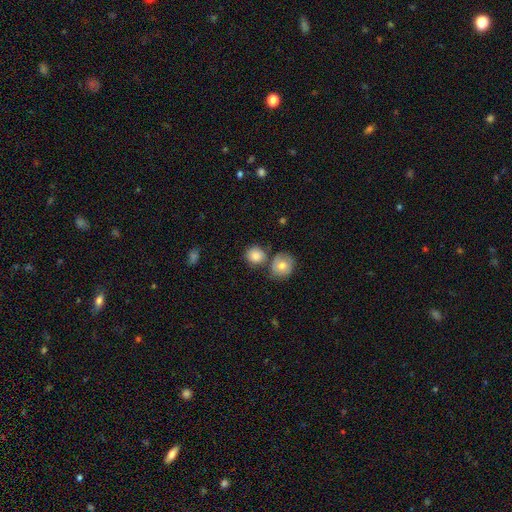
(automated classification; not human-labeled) Overall: smooth (84%). How rounded: round (87%). Merging: none (65%).